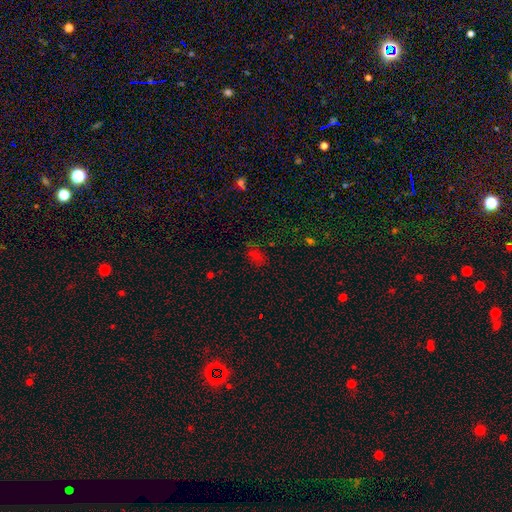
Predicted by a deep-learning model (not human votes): smooth_or_featured: smooth (p=0.58) [alt: star or artifact p=0.32]
how_rounded: in between (p=0.81) [alt: round p=0.16]
merging: none (p=0.67) [alt: minor disturbance p=0.20]